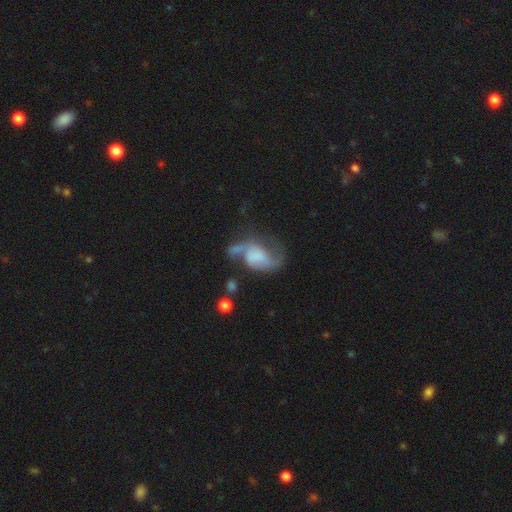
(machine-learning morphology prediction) A featured or disk galaxy (66%) with no bar (55%), 2 (76%) loose (57%) spiral arms (84%) and no central bulge (44%).

Vote fractions:
- Smooth or featured? featured or disk: 66% / smooth: 25% / star or artifact: 9%
- Edge-on disk? no: 97% / yes: 3%
- Bar? no: 55% / weak: 34% / strong: 11%
- Spiral arms? yes: 84% / no: 16%
- Spiral winding? loose: 57% / medium: 33% / tight: 10%
- Spiral arm count? 2: 76% / 1: 12% / can't tell: 7% / 3: 3% / 4: 1% / more than 4: 1%
- Bulge size? none: 44% / small: 21% / moderate: 16% / large: 15% / dominant: 4%
- Merging? major disturbance: 34% / none: 29% / minor disturbance: 21% / merger: 17%